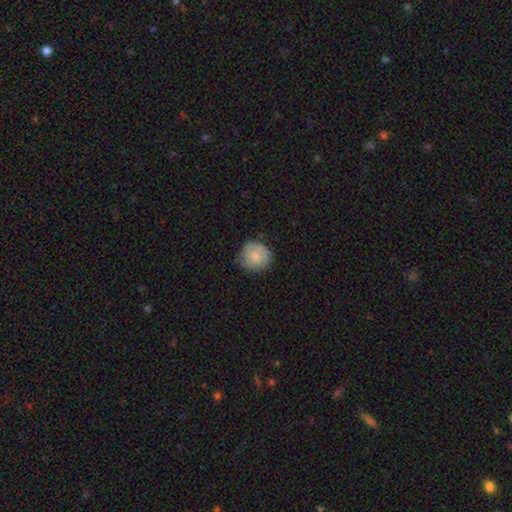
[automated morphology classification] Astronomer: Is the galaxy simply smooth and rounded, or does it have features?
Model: smooth — 72%.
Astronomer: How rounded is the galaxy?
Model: round — 88%.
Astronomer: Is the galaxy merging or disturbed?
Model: none — 76%.